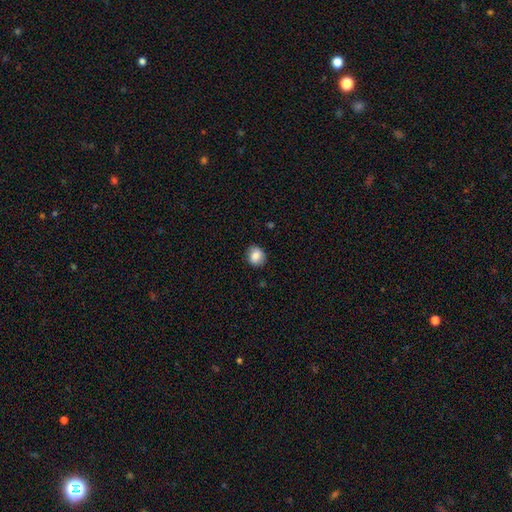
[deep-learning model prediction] Smooth or featured?
  - smooth: 83% *
  - star or artifact: 9%
  - featured or disk: 8%
How rounded?
  - round: 73% *
  - in between: 26%
  - cigar-shaped: 1%
Merging?
  - none: 85% *
  - minor disturbance: 12%
  - major disturbance: 2%
  - merger: 1%